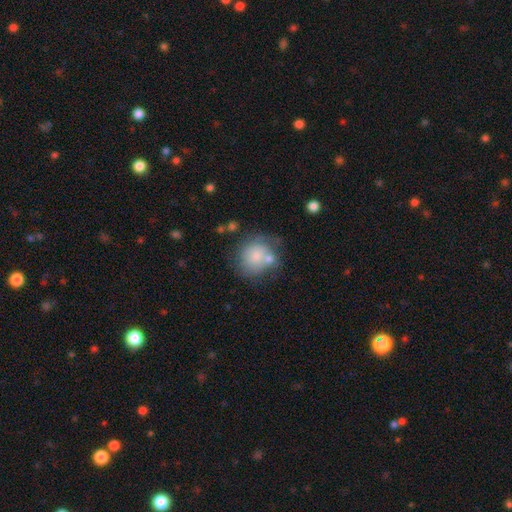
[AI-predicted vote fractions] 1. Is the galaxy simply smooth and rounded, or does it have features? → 72% smooth, 20% featured or disk, 7% star or artifact.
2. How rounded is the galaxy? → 78% round, 21% in between, 1% cigar-shaped.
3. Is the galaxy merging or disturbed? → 47% none, 23% merger, 20% minor disturbance, 10% major disturbance.